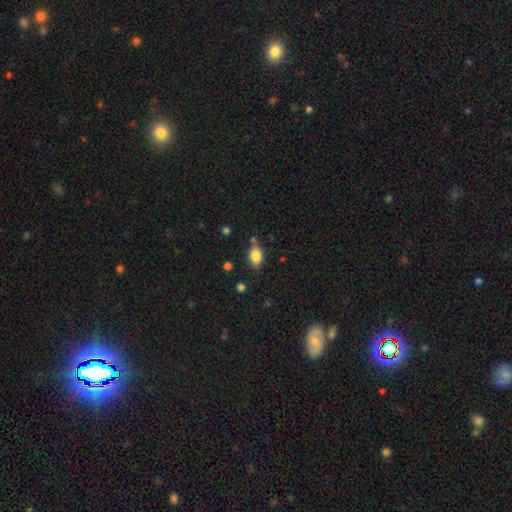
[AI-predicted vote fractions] Smooth or featured? Predicted: smooth (p=0.82). How rounded? Predicted: in between (p=0.85). Merging? Predicted: none (p=0.73).